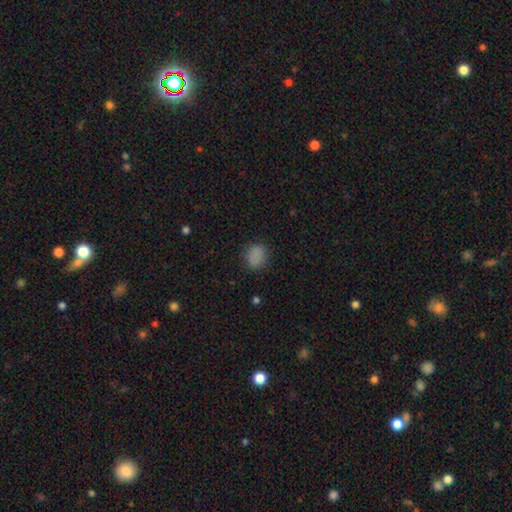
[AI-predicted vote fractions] Overall: smooth (83%). How rounded: round (67%; in between 32%). Merging: none (82%).